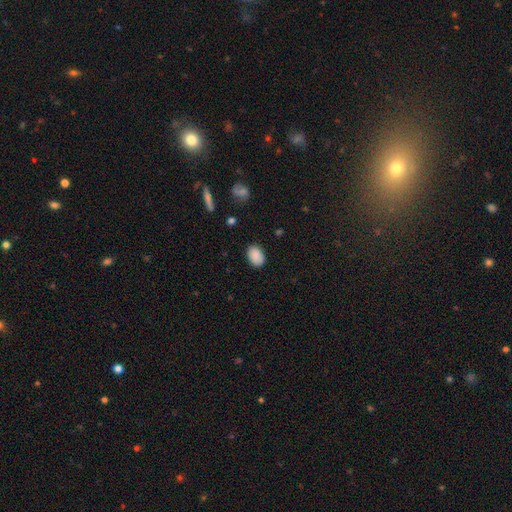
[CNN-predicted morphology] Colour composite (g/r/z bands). It shows a smooth galaxy with no disk features (88%) that is in between round and cigar-shaped (83%). Merging: none (84%).